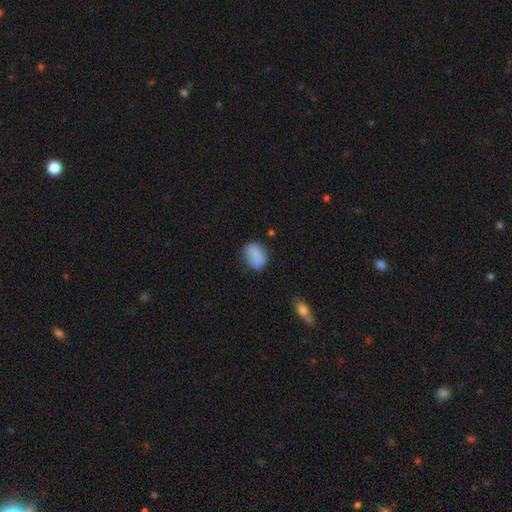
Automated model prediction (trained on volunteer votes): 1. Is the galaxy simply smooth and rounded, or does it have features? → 84% smooth, 8% star or artifact, 8% featured or disk.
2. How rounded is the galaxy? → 69% in between, 30% round, 1% cigar-shaped.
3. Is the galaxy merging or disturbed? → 72% none, 21% minor disturbance, 5% major disturbance, 2% merger.